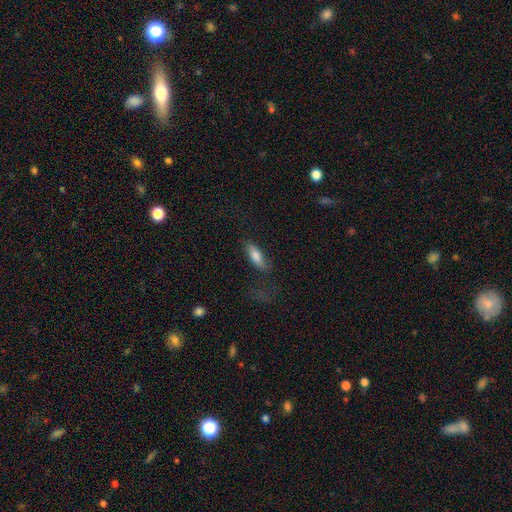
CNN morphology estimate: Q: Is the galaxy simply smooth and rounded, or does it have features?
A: smooth — 78%.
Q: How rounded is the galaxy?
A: in between — 62%.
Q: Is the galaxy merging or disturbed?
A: none — 65%.